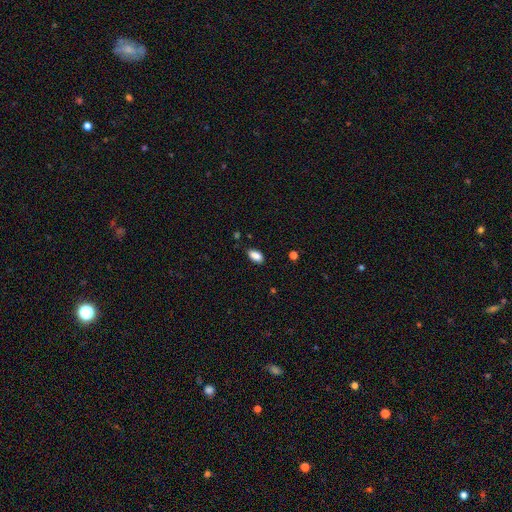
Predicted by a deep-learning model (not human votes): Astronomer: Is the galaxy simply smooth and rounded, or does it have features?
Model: smooth — 88%.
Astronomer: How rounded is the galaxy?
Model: in between — 92%.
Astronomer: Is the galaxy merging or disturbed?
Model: none — 84%.